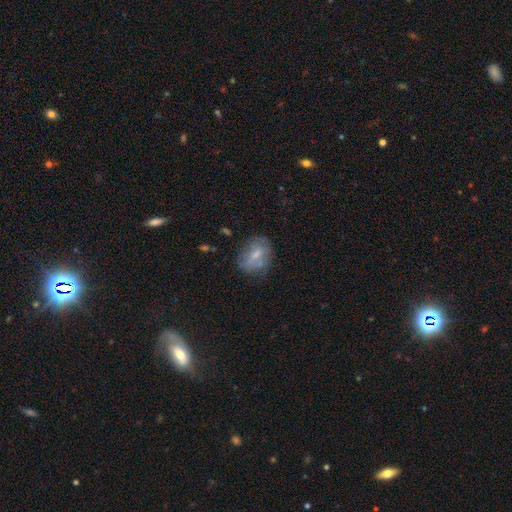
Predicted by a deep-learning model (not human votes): Q: Smooth or featured?
A: smooth (60%); runner-up: featured or disk (31%)
Q: How rounded?
A: in between (67%); runner-up: round (32%)
Q: Merging?
A: none (62%); runner-up: minor disturbance (24%)